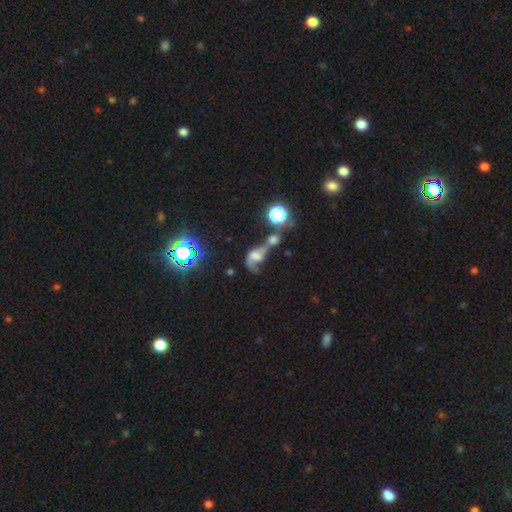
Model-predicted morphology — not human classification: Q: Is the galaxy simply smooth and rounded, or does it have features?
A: featured or disk — 44%.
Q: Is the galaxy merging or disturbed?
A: merger — 56%.